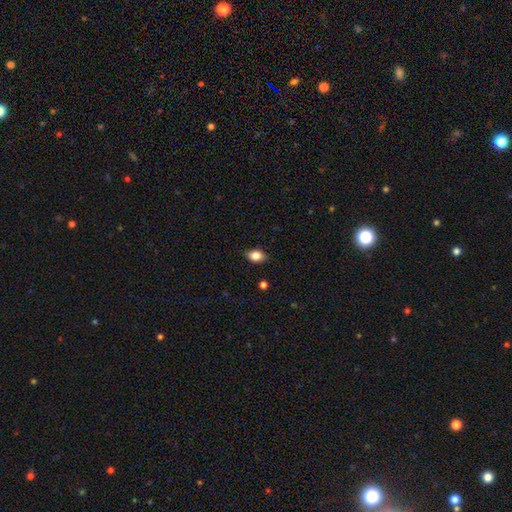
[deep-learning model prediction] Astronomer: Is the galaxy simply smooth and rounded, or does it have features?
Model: smooth — 80%.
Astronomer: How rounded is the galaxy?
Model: in between — 78%.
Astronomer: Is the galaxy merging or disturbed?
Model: none — 84%.